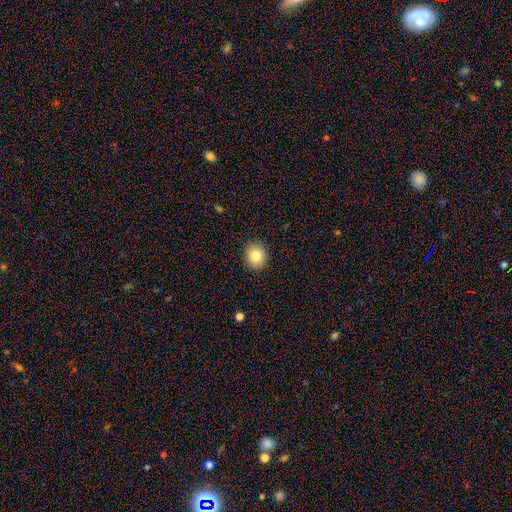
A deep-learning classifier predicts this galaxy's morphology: This appears to be a smooth galaxy with no disk features (83%) that is round (74%). Merging: none (90%).